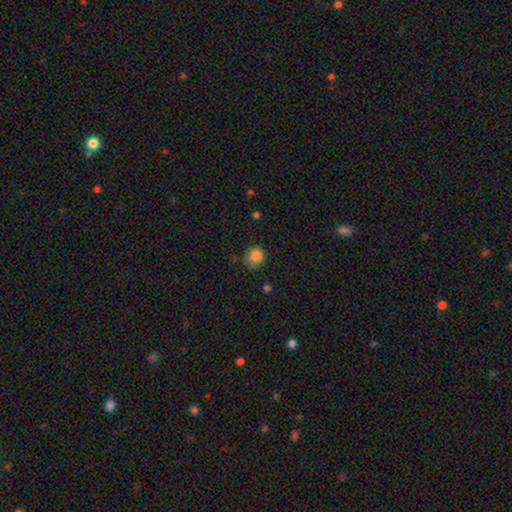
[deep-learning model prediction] smooth-or-featured: smooth: 85% | star or artifact: 10% | featured or disk: 6%
  how-rounded: round: 84% | in between: 15% | cigar-shaped: 1%
  merging: none: 67% | minor disturbance: 25% | major disturbance: 6% | merger: 2%